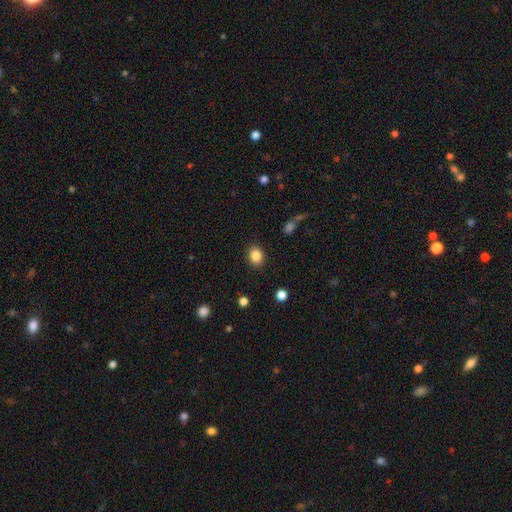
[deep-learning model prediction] This is clearly a smooth galaxy (85%). How rounded: possibly round (57%). Merging: clearly none (88%).